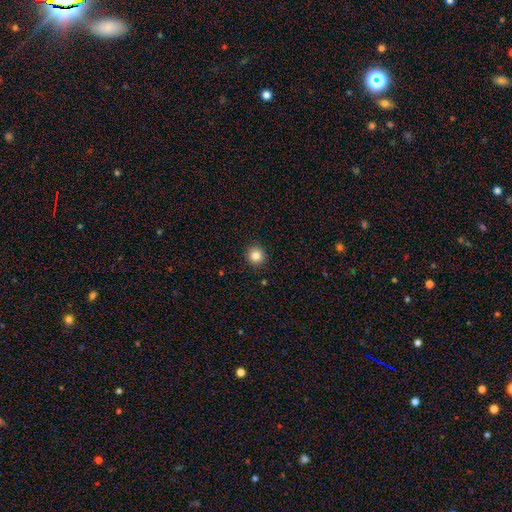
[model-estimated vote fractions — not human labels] smooth_or_featured: smooth (p=0.84) [alt: star or artifact p=0.11]
how_rounded: round (p=0.94) [alt: in between p=0.05]
merging: none (p=0.92) [alt: minor disturbance p=0.05]